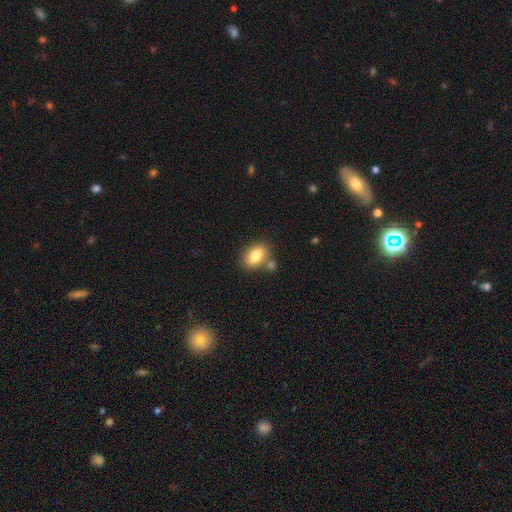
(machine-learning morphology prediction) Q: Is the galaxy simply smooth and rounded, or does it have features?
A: smooth — 81%.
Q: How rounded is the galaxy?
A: in between — 84%.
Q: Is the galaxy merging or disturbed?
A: none — 69%.